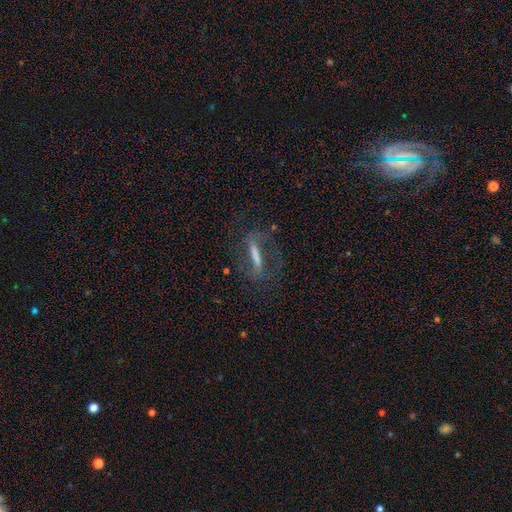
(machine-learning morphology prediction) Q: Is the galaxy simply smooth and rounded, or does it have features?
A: featured or disk — 57%.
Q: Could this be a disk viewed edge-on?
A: no — 64%.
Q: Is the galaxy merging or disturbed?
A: none — 62%.